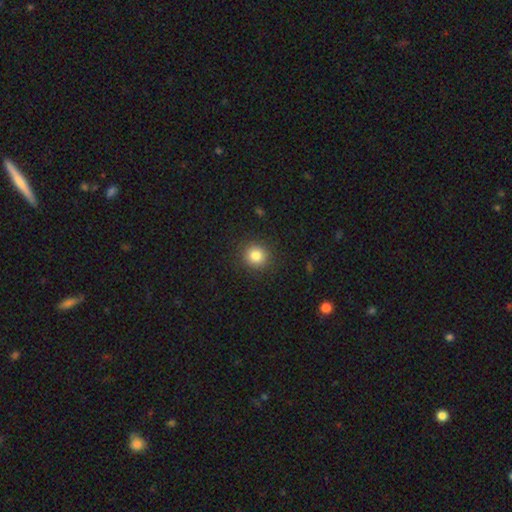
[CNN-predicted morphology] type=smooth (84%); roundness=round (87%); merging=none (90%).